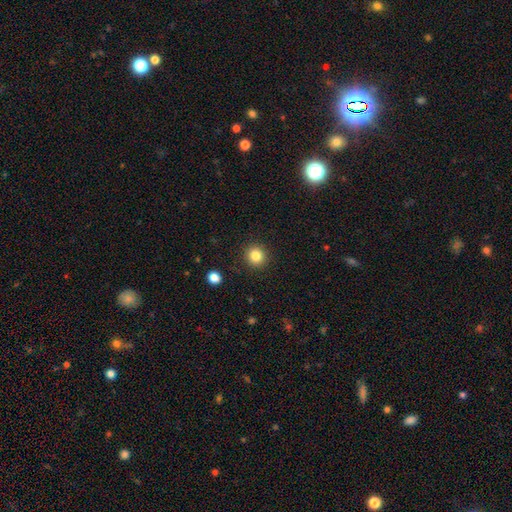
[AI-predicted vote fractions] A smooth galaxy with no disk features (84%) that is round (93%). Merging: none (92%).